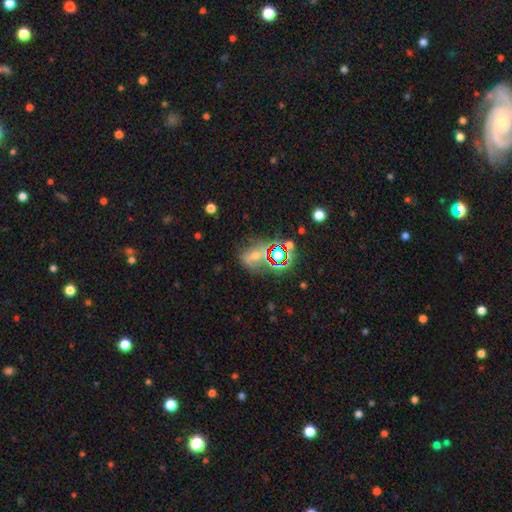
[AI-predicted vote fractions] Smooth or featured? smooth (40%)
Merging? none (55%)